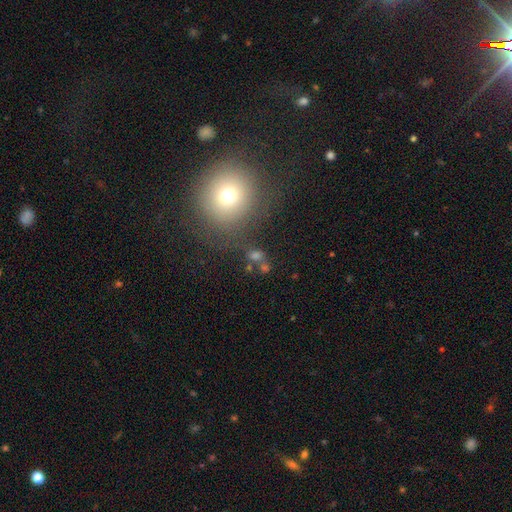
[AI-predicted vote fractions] A smooth galaxy with no disk features (60%) that is round (74%). Merging: none (67%).